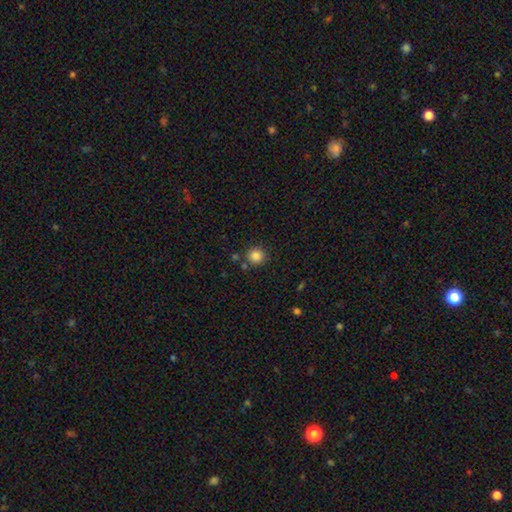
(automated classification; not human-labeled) A smooth galaxy with no disk features (85%) that is round (93%).

Vote fractions:
- Smooth or featured? smooth: 85% / star or artifact: 11% / featured or disk: 4%
- How rounded? round: 93% / in between: 6% / cigar-shaped: 1%
- Merging? none: 83% / minor disturbance: 8% / merger: 6% / major disturbance: 2%